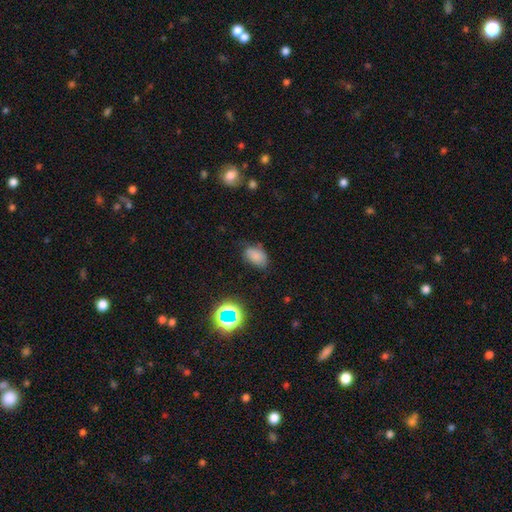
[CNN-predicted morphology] Smooth or featured?
  - smooth: 77% *
  - star or artifact: 14%
  - featured or disk: 9%
How rounded?
  - in between: 88% *
  - round: 11%
  - cigar-shaped: 1%
Merging?
  - none: 66% *
  - minor disturbance: 26%
  - major disturbance: 6%
  - merger: 2%